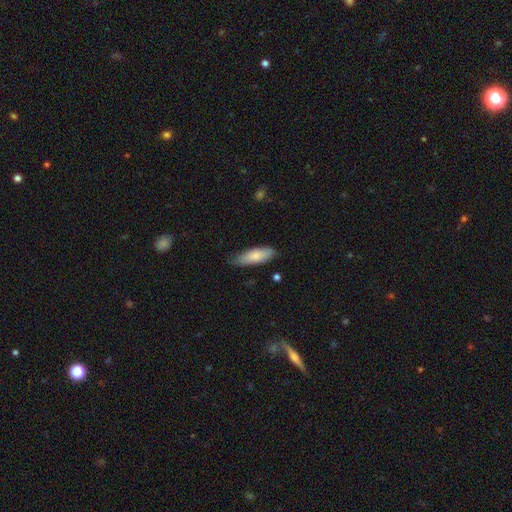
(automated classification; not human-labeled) Smooth or featured? Predicted: smooth (p=0.80). How rounded? Predicted: in between (p=0.56). Merging? Predicted: none (p=0.70).